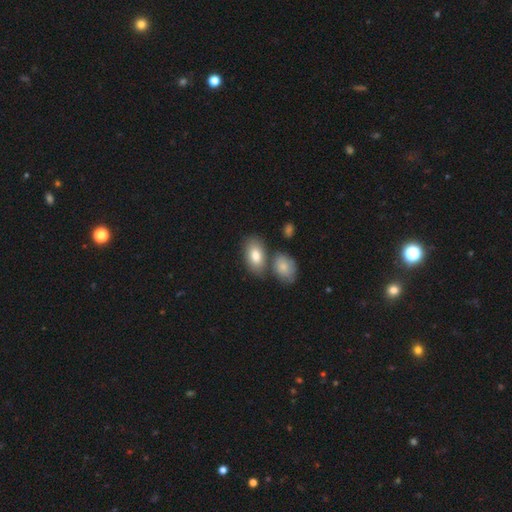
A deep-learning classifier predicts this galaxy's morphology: smooth-or-featured: smooth: 81% | featured or disk: 13% | star or artifact: 6%
  how-rounded: in between: 93% | round: 5% | cigar-shaped: 2%
  merging: none: 60% | merger: 23% | minor disturbance: 13% | major disturbance: 4%